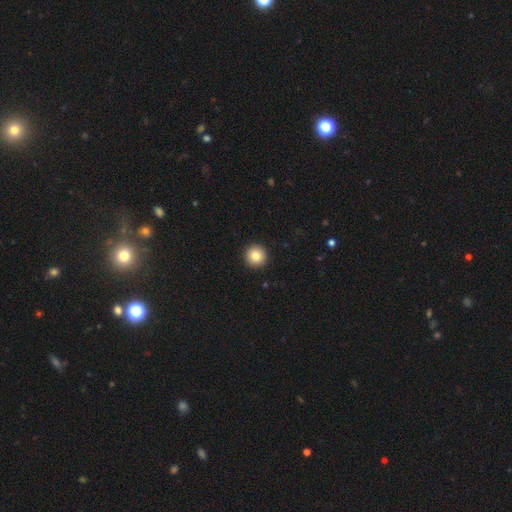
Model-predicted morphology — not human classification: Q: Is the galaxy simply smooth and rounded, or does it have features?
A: smooth — 83%.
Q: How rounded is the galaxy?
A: round — 96%.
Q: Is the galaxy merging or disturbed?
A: none — 94%.